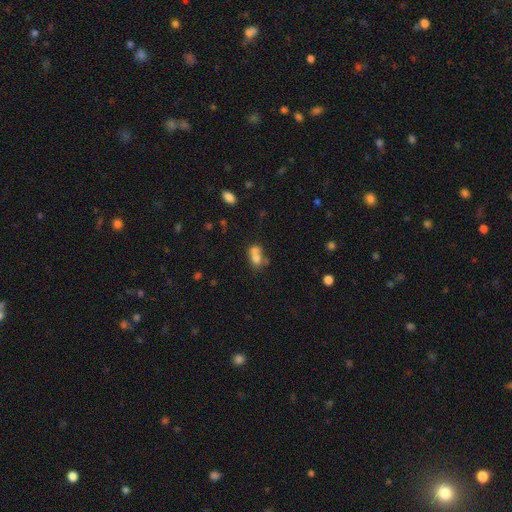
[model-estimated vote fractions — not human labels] A smooth galaxy with no disk features (69%) that is in between round and cigar-shaped (60%).

Vote fractions:
- Smooth or featured? smooth: 69% / featured or disk: 19% / star or artifact: 12%
- How rounded? in between: 60% / round: 37% / cigar-shaped: 3%
- Merging? merger: 61% / none: 26% / minor disturbance: 9% / major disturbance: 5%